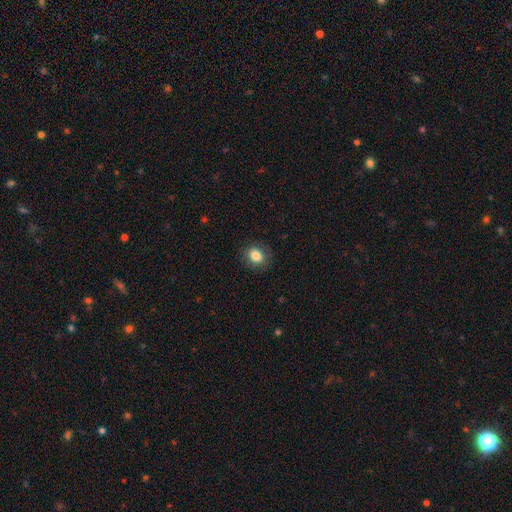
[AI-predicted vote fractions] smooth 83%, star or artifact 10%, featured or disk 7%. Down the decision tree: how rounded — round (61%); merging — none (86%).